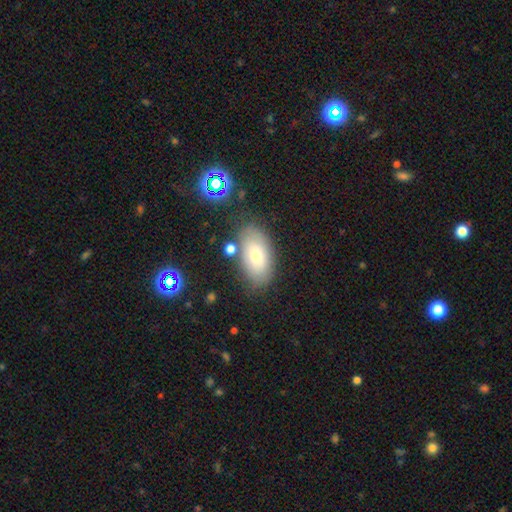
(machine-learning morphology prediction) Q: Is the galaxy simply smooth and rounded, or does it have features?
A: smooth — 65%.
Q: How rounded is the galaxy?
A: in between — 92%.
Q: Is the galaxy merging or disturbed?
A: none — 74%.